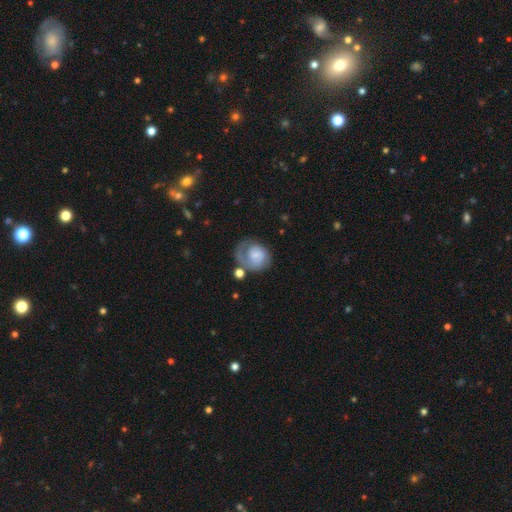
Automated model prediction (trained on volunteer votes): The model was most divided on "merging": none: 46%, major disturbance: 25%, minor disturbance: 22%, merger: 7%. Remaining: edge-on disk — no (98%); spiral arms — yes (85%); bar — no (66%); smooth or featured — featured or disk (57%); bulge size — small (45%).